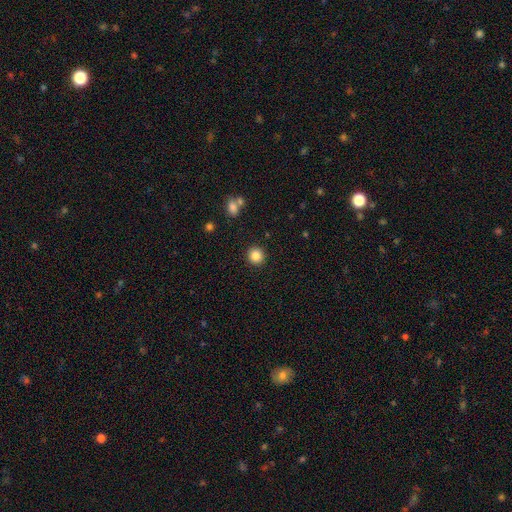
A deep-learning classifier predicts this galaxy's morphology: smooth_or_featured: smooth (p=0.85) [alt: star or artifact p=0.10]
how_rounded: round (p=0.93) [alt: in between p=0.06]
merging: none (p=0.92) [alt: minor disturbance p=0.05]